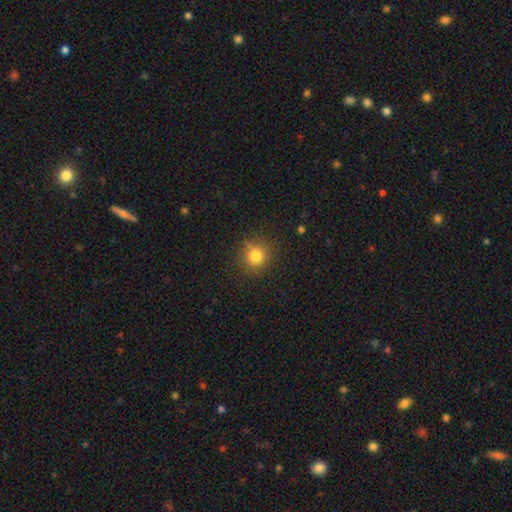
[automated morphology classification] Smooth or featured: smooth — 78% (star or artifact — 16%)
How rounded: round — 89% (in between — 10%)
Merging: none — 84% (minor disturbance — 11%)